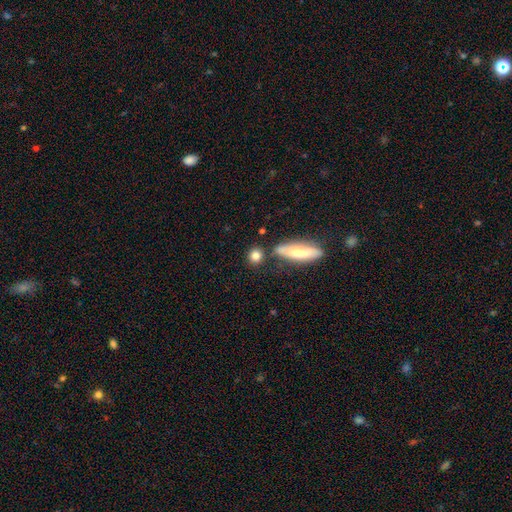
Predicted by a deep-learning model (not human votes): The model was most divided on "how rounded": round: 70%, in between: 21%, cigar-shaped: 9%. More confident: smooth or featured — smooth (81%); merging — none (76%).